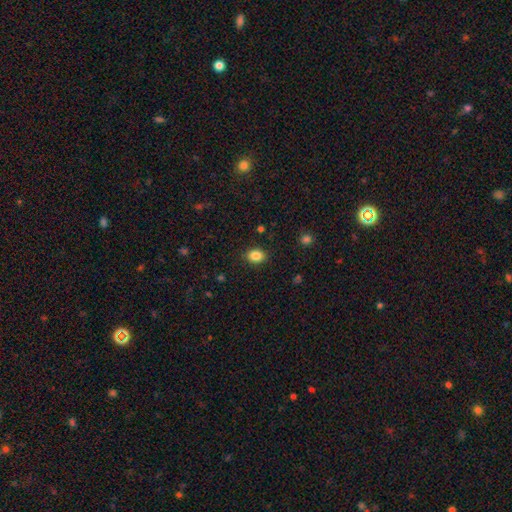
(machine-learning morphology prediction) A smooth galaxy with no disk features (86%) that is in between round and cigar-shaped (60%).

Vote fractions:
- Smooth or featured? smooth: 86% / star or artifact: 10% / featured or disk: 4%
- How rounded? in between: 60% / round: 40% / cigar-shaped: 1%
- Merging? none: 88% / minor disturbance: 8% / major disturbance: 3% / merger: 1%